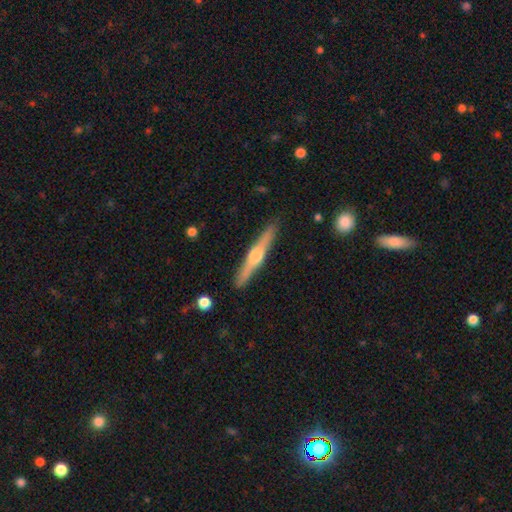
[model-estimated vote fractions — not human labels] smooth_or_featured: featured or disk (p=0.73) [alt: smooth p=0.22]
disk_edge_on: yes (p=0.98) [alt: no p=0.02]
edge_on_bulge: rounded (p=0.92) [alt: boxy p=0.05]
merging: none (p=0.90) [alt: minor disturbance p=0.07]